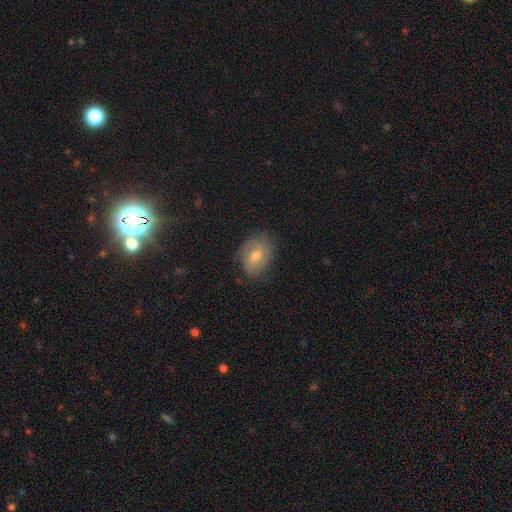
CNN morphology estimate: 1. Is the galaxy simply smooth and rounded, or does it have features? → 55% smooth, 36% featured or disk, 10% star or artifact.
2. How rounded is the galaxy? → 65% in between, 34% round, 1% cigar-shaped.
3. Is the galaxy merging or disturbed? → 74% none, 19% minor disturbance, 5% major disturbance, 1% merger.